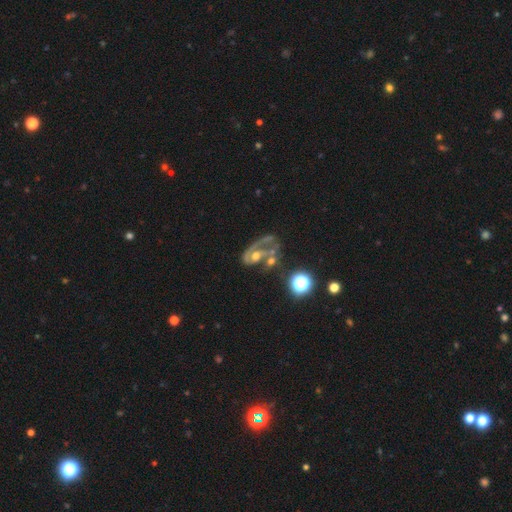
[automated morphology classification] This is likely a featured or disk galaxy (75%). It is clearly not viewed edge-on (97%). Bar: possibly no (60%). Spiral arm pattern: likely yes (80%). Spiral arm count: possibly 1 (59%). Spiral winding: marginally medium (41%). Central bulge: possibly moderate (57%). Merging: marginally major disturbance (32%, tied with merger).